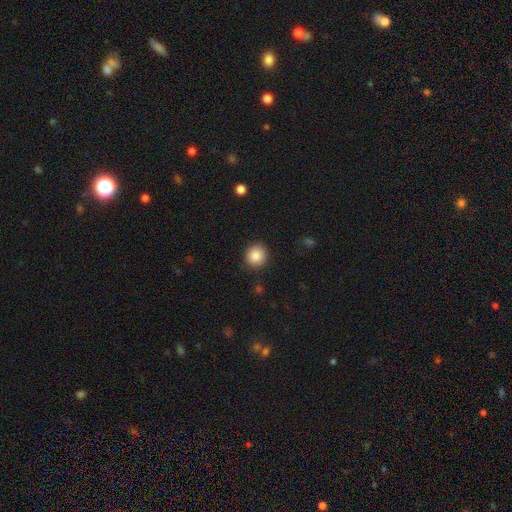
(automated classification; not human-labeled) smooth_or_featured: smooth (p=0.86) [alt: star or artifact p=0.09]
how_rounded: round (p=0.92) [alt: in between p=0.07]
merging: none (p=0.89) [alt: minor disturbance p=0.07]